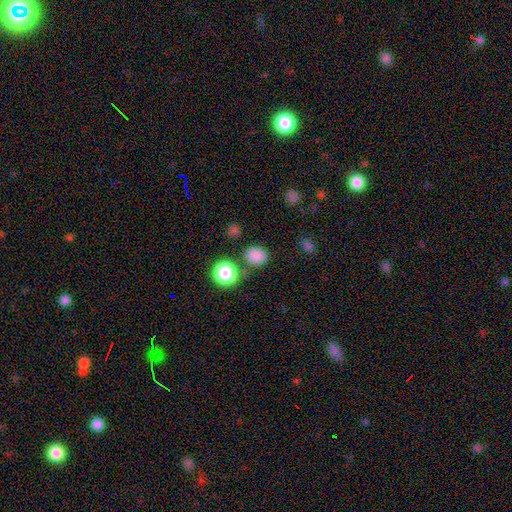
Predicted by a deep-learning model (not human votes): smooth_or_featured: smooth (p=0.83) [alt: star or artifact p=0.13]
how_rounded: round (p=0.71) [alt: in between p=0.28]
merging: none (p=0.76) [alt: minor disturbance p=0.11]